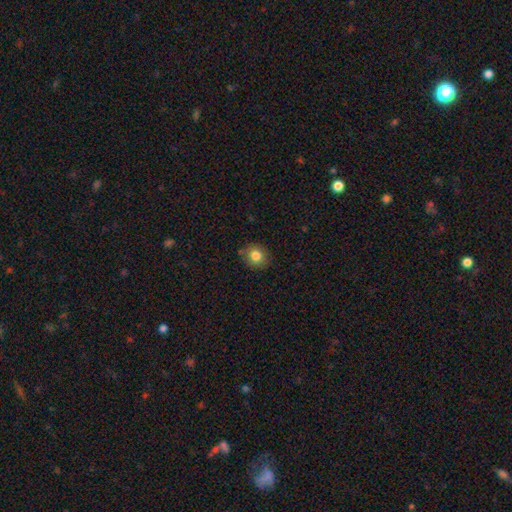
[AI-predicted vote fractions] smooth-or-featured: smooth: 81% | star or artifact: 11% | featured or disk: 8%
  how-rounded: round: 78% | in between: 21% | cigar-shaped: 1%
  merging: none: 84% | minor disturbance: 12% | major disturbance: 2% | merger: 2%